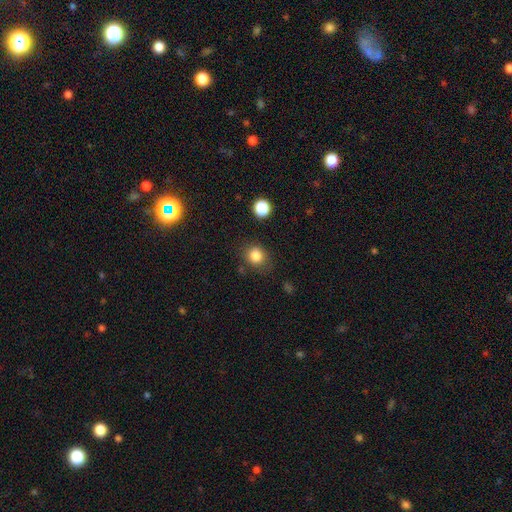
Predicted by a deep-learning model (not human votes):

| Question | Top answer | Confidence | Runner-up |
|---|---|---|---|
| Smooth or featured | smooth | 83% | star or artifact (11%) |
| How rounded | round | 76% | in between (24%) |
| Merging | none | 77% | minor disturbance (15%) |